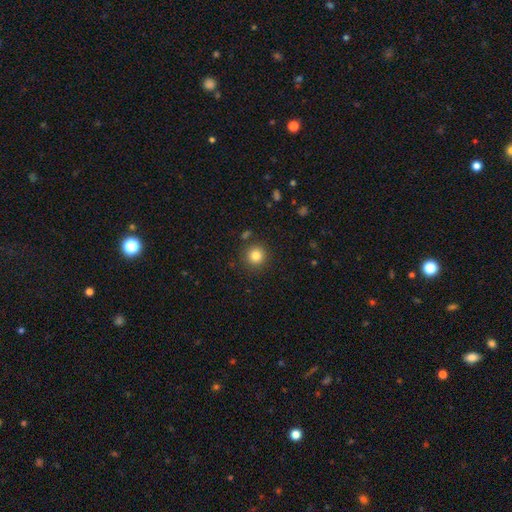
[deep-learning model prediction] Q: Smooth or featured?
A: smooth (83%); runner-up: star or artifact (12%)
Q: How rounded?
A: round (94%); runner-up: in between (5%)
Q: Merging?
A: none (88%); runner-up: minor disturbance (7%)